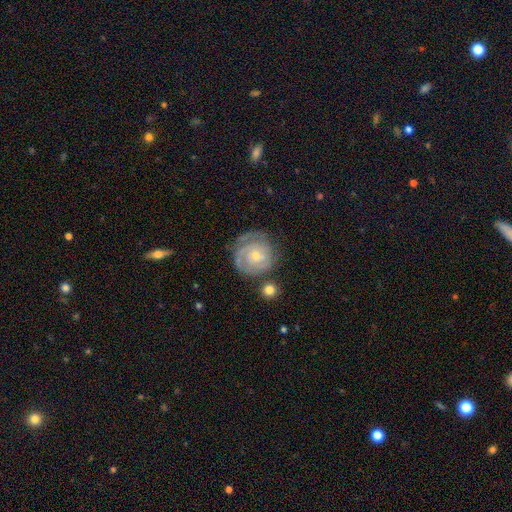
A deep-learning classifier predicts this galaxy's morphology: A featured or disk galaxy (81%) with no bar (75%), 2 (34%) tight (75%) spiral arms (93%) and a small central bulge (62%). Merging: none (71%).